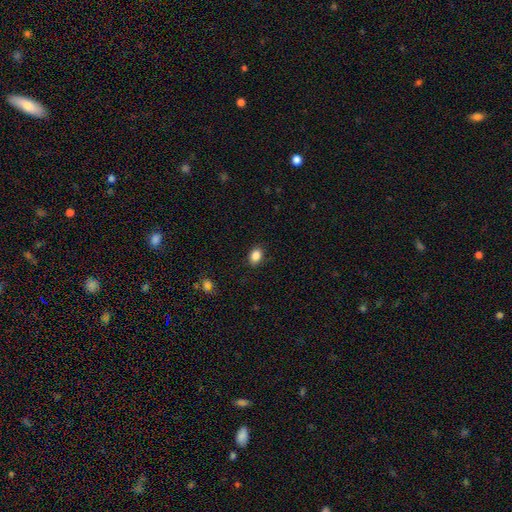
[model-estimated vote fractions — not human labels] Smooth or featured: smooth — 86% (star or artifact — 9%)
How rounded: in between — 76% (round — 23%)
Merging: none — 87% (minor disturbance — 9%)